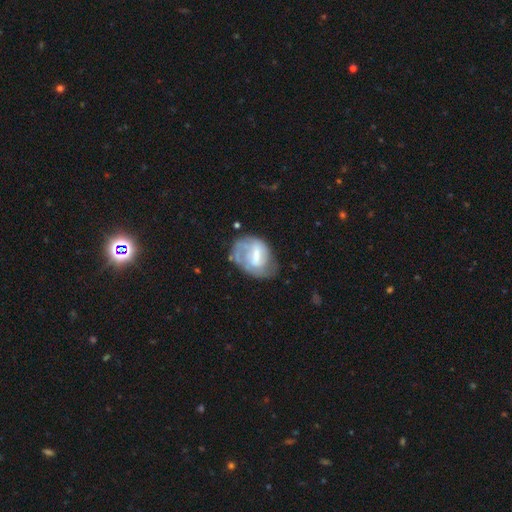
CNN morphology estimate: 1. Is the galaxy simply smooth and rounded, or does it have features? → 58% featured or disk, 35% smooth, 7% star or artifact.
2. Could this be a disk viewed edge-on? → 97% no, 3% yes.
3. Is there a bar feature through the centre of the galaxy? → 47% weak, 30% strong, 22% no.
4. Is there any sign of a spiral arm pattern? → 60% yes, 40% no.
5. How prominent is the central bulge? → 37% moderate, 27% small, 23% none, 12% large, 2% dominant.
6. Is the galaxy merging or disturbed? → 44% none, 30% minor disturbance, 23% major disturbance, 4% merger.